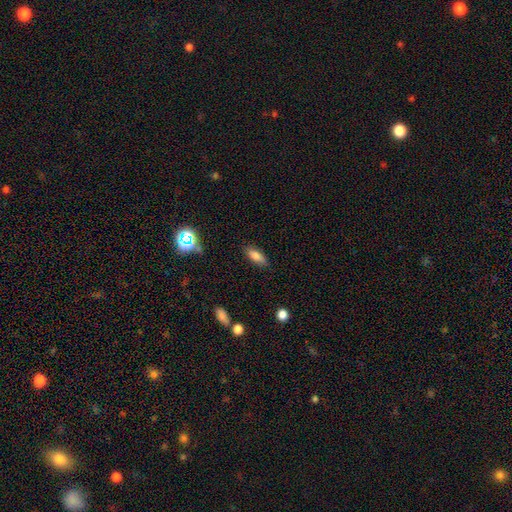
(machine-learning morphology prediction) Smooth or featured?
  - smooth: 77% *
  - featured or disk: 13%
  - star or artifact: 10%
How rounded?
  - in between: 70% *
  - cigar-shaped: 28%
  - round: 3%
Merging?
  - none: 85% *
  - minor disturbance: 11%
  - major disturbance: 3%
  - merger: 1%